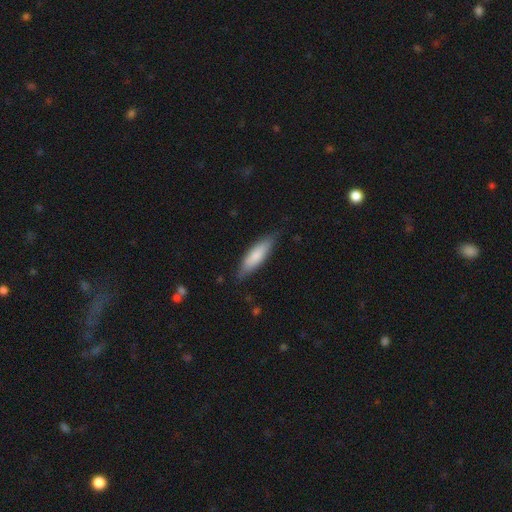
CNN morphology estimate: Smooth or featured? smooth (79%)
How rounded? cigar-shaped (55%)
Merging? none (78%)